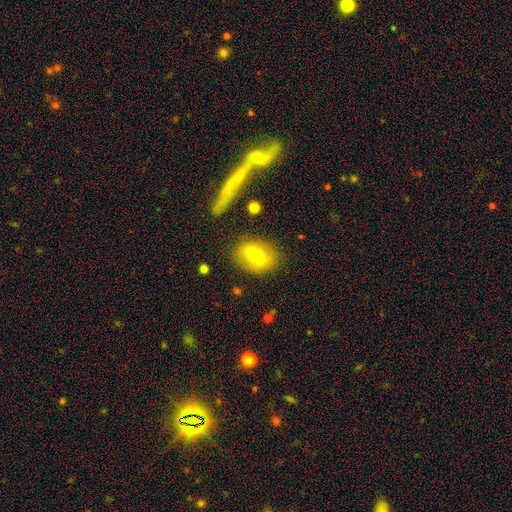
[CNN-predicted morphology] smooth_or_featured: smooth (p=0.56) [alt: featured or disk p=0.35]
how_rounded: in between (p=0.68) [alt: round p=0.27]
merging: none (p=0.80) [alt: minor disturbance p=0.12]